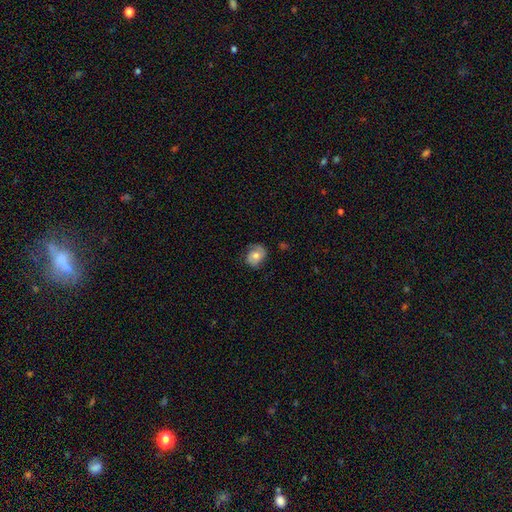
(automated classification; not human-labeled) This is possibly a smooth galaxy (54%). How rounded: possibly round (51%). Merging: likely none (64%).